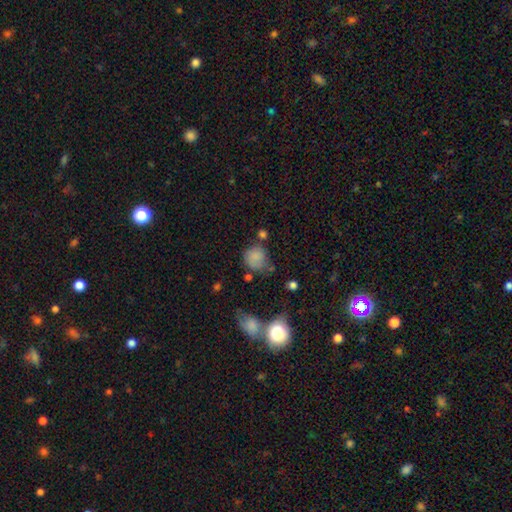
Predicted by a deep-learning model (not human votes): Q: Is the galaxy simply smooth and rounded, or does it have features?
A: smooth — 80%.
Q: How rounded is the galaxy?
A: round — 79%.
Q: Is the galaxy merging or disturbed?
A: none — 54%.